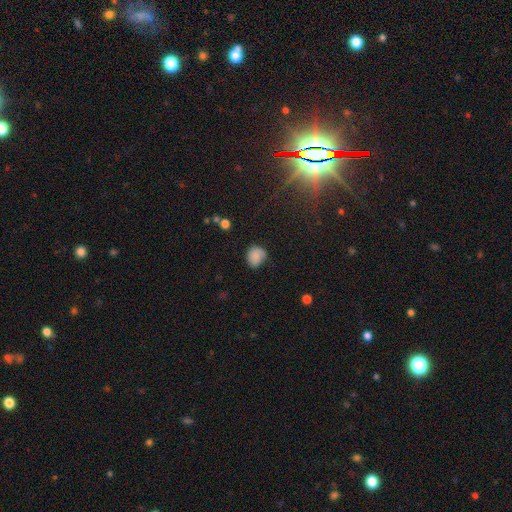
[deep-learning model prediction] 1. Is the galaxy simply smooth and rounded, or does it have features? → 75% smooth, 15% featured or disk, 10% star or artifact.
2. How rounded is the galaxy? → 68% round, 31% in between, 1% cigar-shaped.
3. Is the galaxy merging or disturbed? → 61% none, 29% minor disturbance, 7% major disturbance, 2% merger.